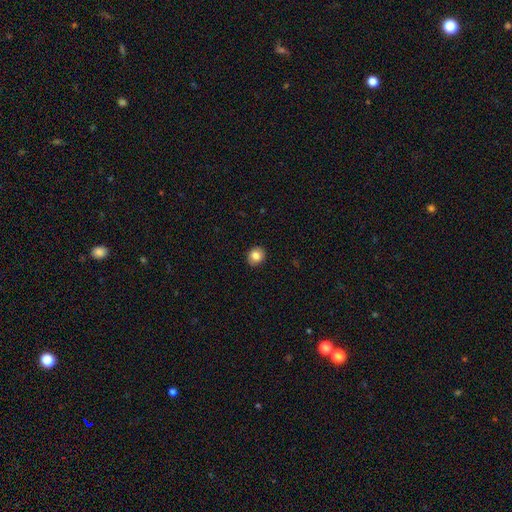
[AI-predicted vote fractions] Overall: smooth (83%). How rounded: round (77%). Merging: none (91%).